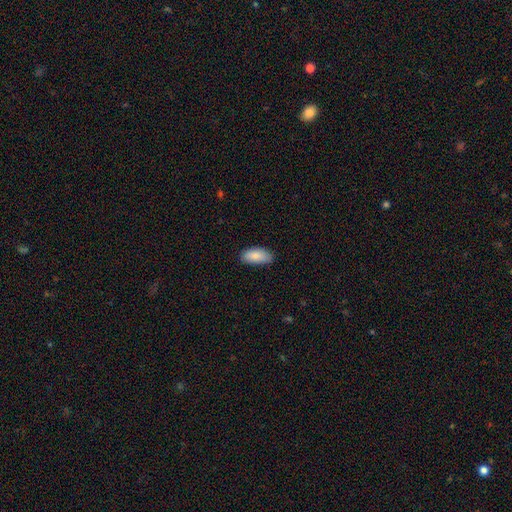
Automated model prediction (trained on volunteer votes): The model was most divided on "merging": none: 79%, minor disturbance: 17%, major disturbance: 3%, merger: 1%. More confident: how rounded — in between (91%); smooth or featured — smooth (87%).